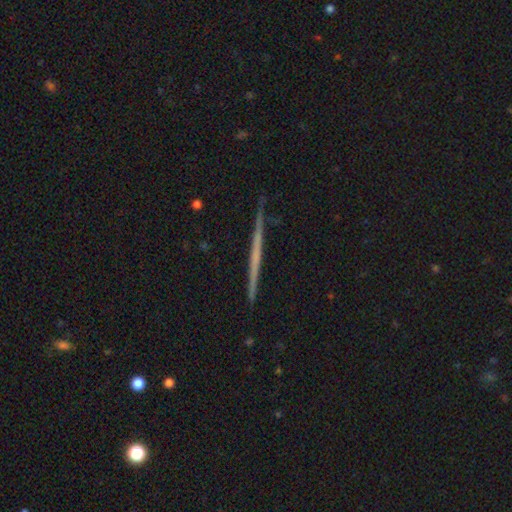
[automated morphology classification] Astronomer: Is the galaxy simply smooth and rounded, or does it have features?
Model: featured or disk — 63%.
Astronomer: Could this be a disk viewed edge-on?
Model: yes — 98%.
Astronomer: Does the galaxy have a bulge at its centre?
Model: none — 89%.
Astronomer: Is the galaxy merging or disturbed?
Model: none — 91%.